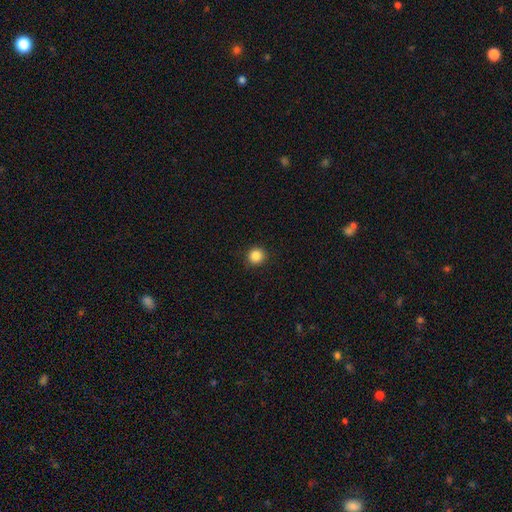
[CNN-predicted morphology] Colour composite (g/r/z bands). It shows a smooth galaxy with no disk features (86%) that is round (93%). Merging: none (92%).